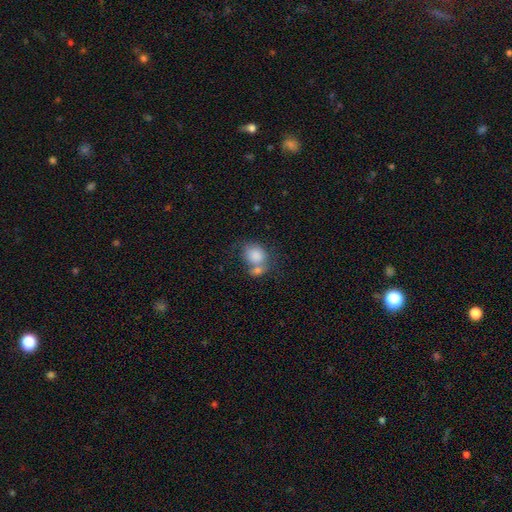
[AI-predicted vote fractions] Q: Smooth or featured?
A: smooth (80%); runner-up: featured or disk (12%)
Q: How rounded?
A: round (55%); runner-up: in between (44%)
Q: Merging?
A: merger (48%); runner-up: none (29%)